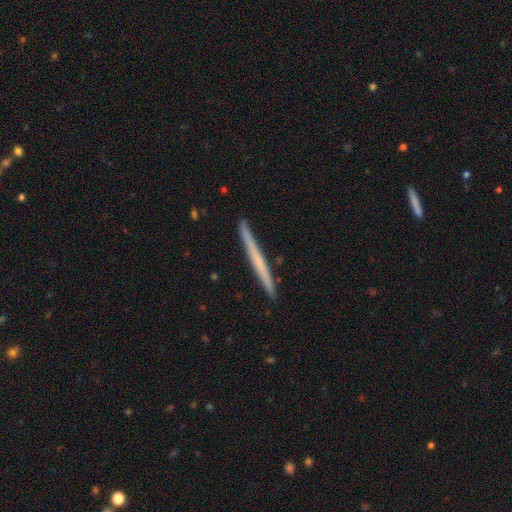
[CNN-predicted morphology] smooth-or-featured: smooth: 47% (tied) | featured or disk: 47% (tied) | star or artifact: 7%
  merging: none: 90% | minor disturbance: 7% | major disturbance: 1% | merger: 1%